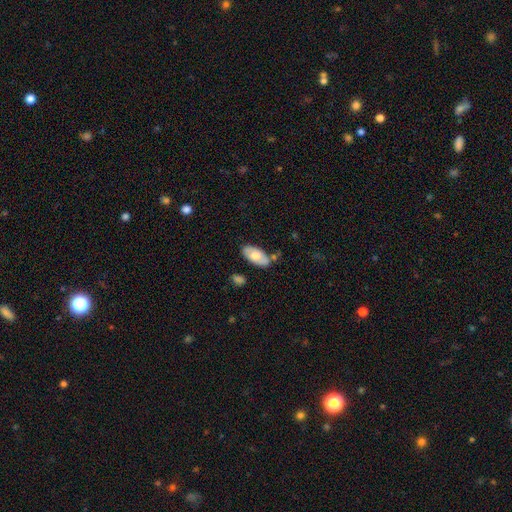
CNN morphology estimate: A smooth galaxy with no disk features (66%) that is in between round and cigar-shaped (93%).

Vote fractions:
- Smooth or featured? smooth: 66% / featured or disk: 28% / star or artifact: 6%
- How rounded? in between: 93% / cigar-shaped: 4% / round: 2%
- Merging? none: 73% / minor disturbance: 17% / merger: 7% / major disturbance: 4%